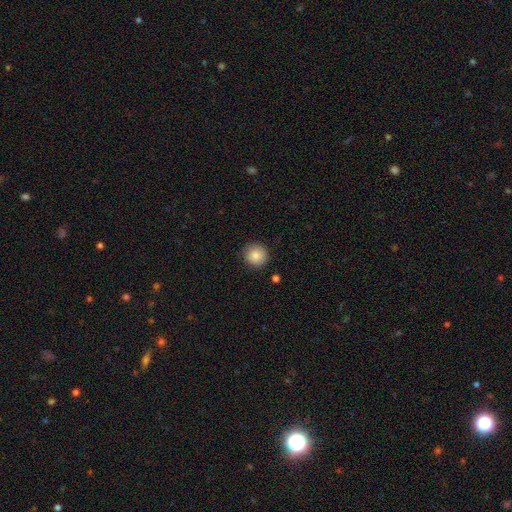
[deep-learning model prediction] Smooth or featured?
  - smooth: 85% *
  - star or artifact: 9%
  - featured or disk: 6%
How rounded?
  - round: 94% *
  - in between: 5%
  - cigar-shaped: 1%
Merging?
  - none: 89% *
  - minor disturbance: 8%
  - major disturbance: 2%
  - merger: 1%